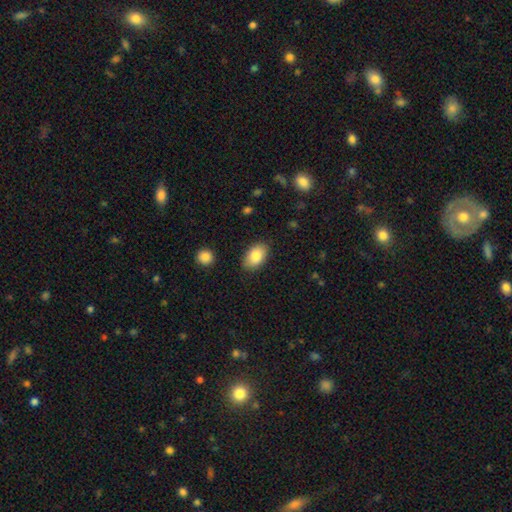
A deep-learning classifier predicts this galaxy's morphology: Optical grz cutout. It shows a smooth galaxy with no disk features (84%) that is in between round and cigar-shaped (91%). Merging: none (85%).